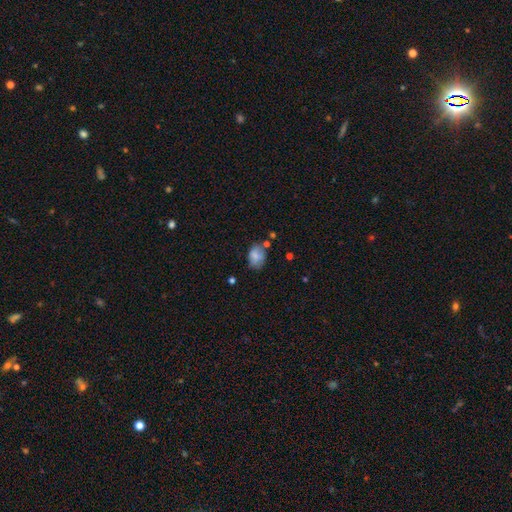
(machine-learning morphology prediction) Smooth or featured? Predicted: smooth (p=0.74). How rounded? Predicted: in between (p=0.78). Merging? Predicted: none (p=0.55).